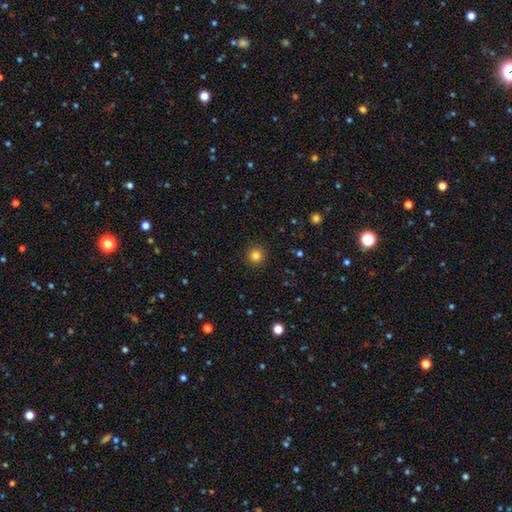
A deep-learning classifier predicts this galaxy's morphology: smooth 82%, star or artifact 13%, featured or disk 5%. Down the decision tree: how rounded — round (94%); merging — none (91%).